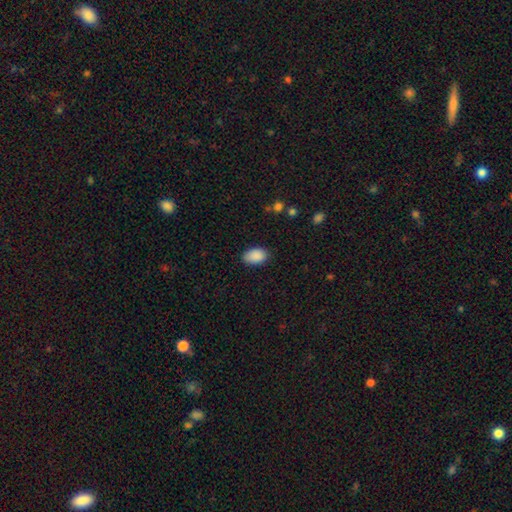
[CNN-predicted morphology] Overall: smooth (90%). How rounded: in between (91%). Merging: none (83%).